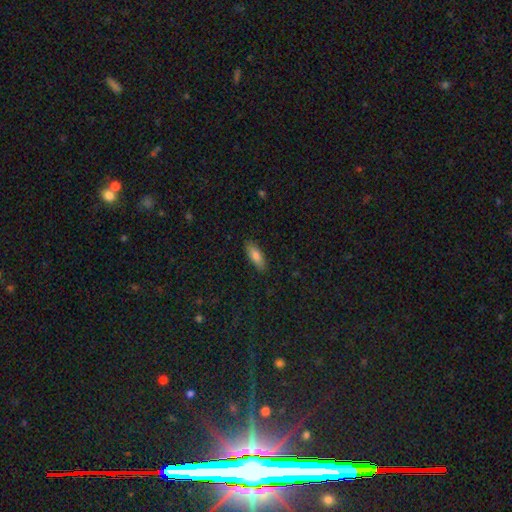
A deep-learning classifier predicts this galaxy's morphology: The model was most divided on "how rounded": in between: 68%, cigar-shaped: 30%, round: 2%. More confident: merging — none (86%); smooth or featured — smooth (79%).